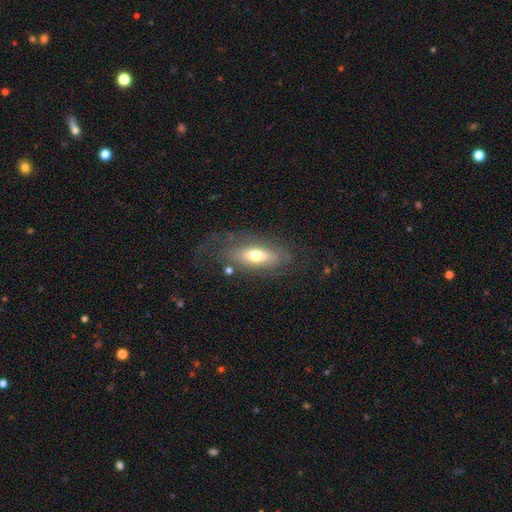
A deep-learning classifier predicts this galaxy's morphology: The model was most divided on "smooth or featured": smooth: 49%, featured or disk: 44%, star or artifact: 7%. More confident: merging — none (62%).